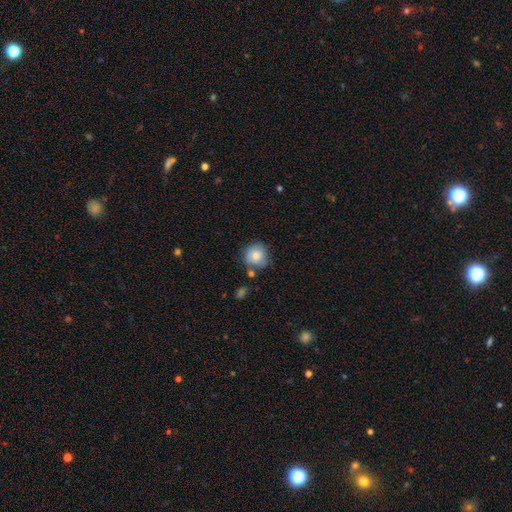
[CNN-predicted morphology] smooth 79%, featured or disk 13%, star or artifact 8%. Down the decision tree: how rounded — round (89%); merging — none (66%).